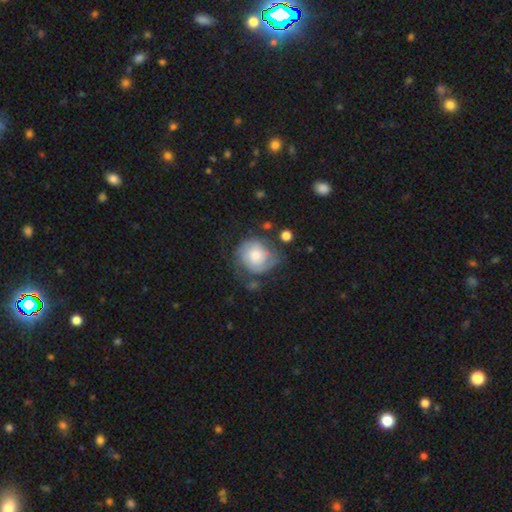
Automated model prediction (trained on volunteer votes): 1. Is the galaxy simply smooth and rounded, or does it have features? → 57% featured or disk, 37% smooth, 7% star or artifact.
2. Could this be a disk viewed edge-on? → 97% no, 3% yes.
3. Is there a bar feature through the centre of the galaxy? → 78% no, 19% weak, 3% strong.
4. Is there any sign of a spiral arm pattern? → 84% yes, 16% no.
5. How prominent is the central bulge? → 47% moderate, 29% small, 17% large, 4% none, 3% dominant.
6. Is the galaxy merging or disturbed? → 53% none, 25% minor disturbance, 18% major disturbance, 4% merger.